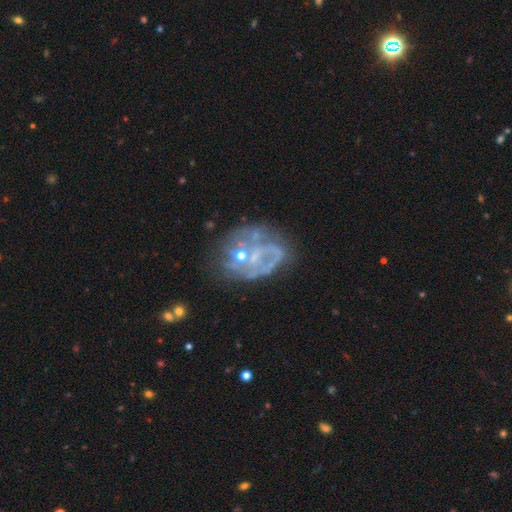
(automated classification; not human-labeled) A featured or disk galaxy (72%) with no bar (61%), spiral arms (60%) and a small central bulge (53%). Merging: none (46%).